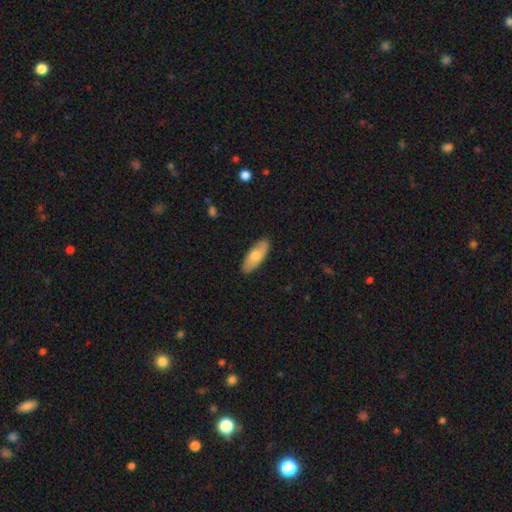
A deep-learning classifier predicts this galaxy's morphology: Smooth or featured: smooth — 69% (featured or disk — 26%)
How rounded: in between — 76% (cigar-shaped — 22%)
Merging: none — 84% (minor disturbance — 12%)